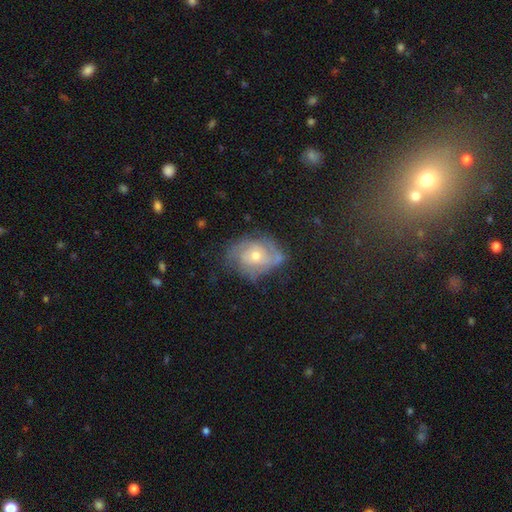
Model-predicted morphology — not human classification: Smooth or featured? featured or disk (72%)
Edge-on disk? no (97%)
Bar? no (76%)
Spiral arms? yes (85%)
Spiral winding? tight (53%)
Spiral arm count? can't tell (38%)
Bulge size? moderate (56%)
Merging? none (56%)